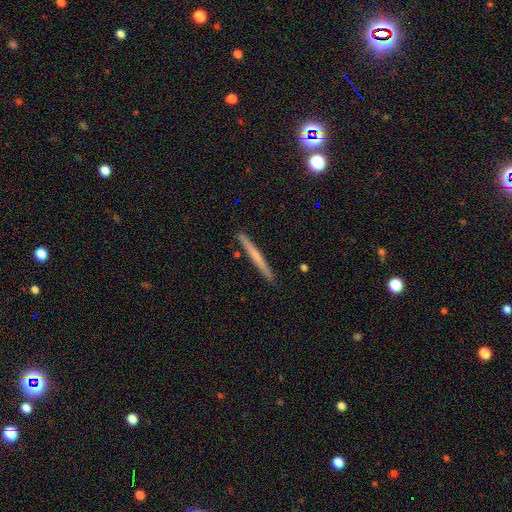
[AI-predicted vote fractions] Smooth or featured? smooth (51%)
How rounded? cigar-shaped (97%)
Merging? none (92%)